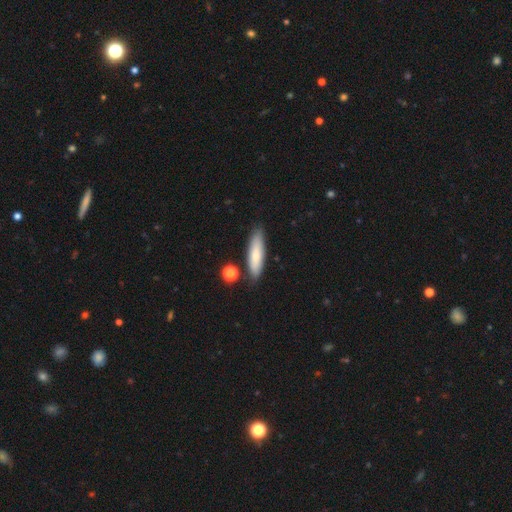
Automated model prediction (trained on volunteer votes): Smooth or featured? Predicted: smooth (p=0.74). How rounded? Predicted: cigar-shaped (p=0.66). Merging? Predicted: none (p=0.82).